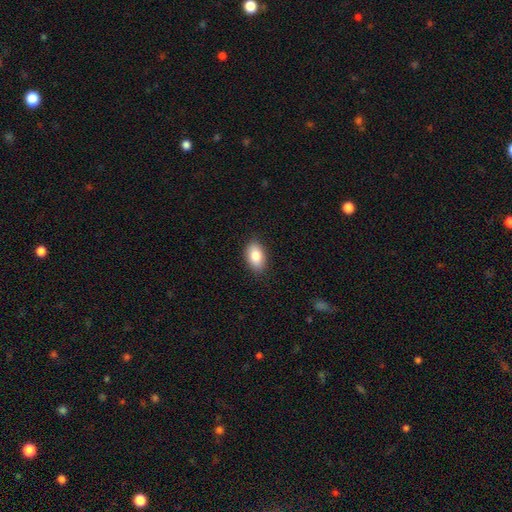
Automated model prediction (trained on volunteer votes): Smooth or featured: smooth — 85% (featured or disk — 8%)
How rounded: in between — 92% (round — 6%)
Merging: none — 88% (minor disturbance — 9%)